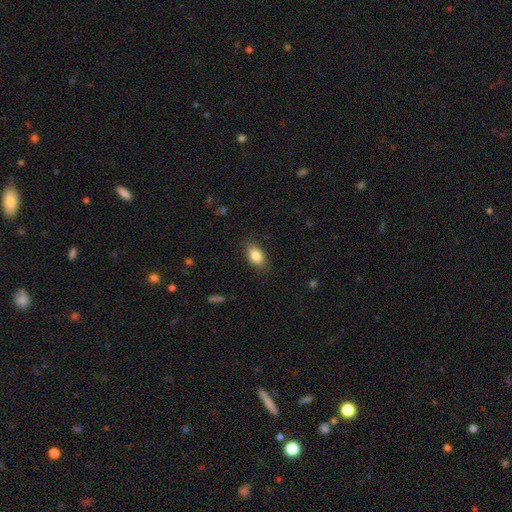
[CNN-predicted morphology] smooth-or-featured: smooth: 86% | star or artifact: 8% | featured or disk: 7%
  how-rounded: in between: 89% | round: 8% | cigar-shaped: 3%
  merging: none: 83% | minor disturbance: 12% | major disturbance: 3% | merger: 1%